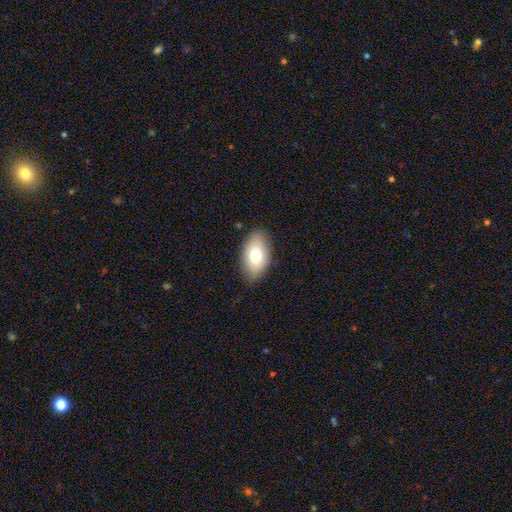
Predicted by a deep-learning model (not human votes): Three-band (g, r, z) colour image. It shows a smooth galaxy with no disk features (75%) that is in between round and cigar-shaped (93%). Merging: none (83%).